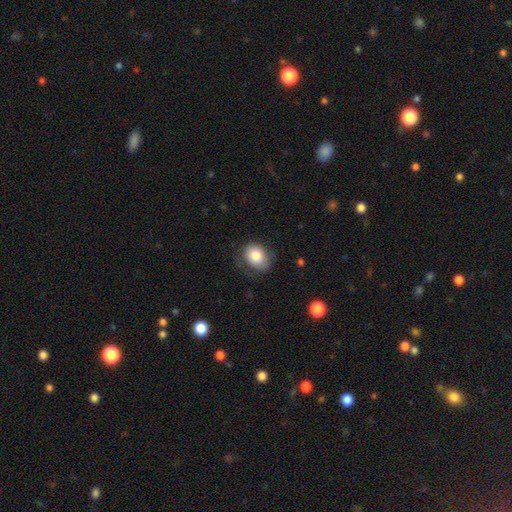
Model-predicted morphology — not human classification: This is clearly a smooth galaxy (83%). How rounded: possibly in between (58%). Merging: likely none (67%).